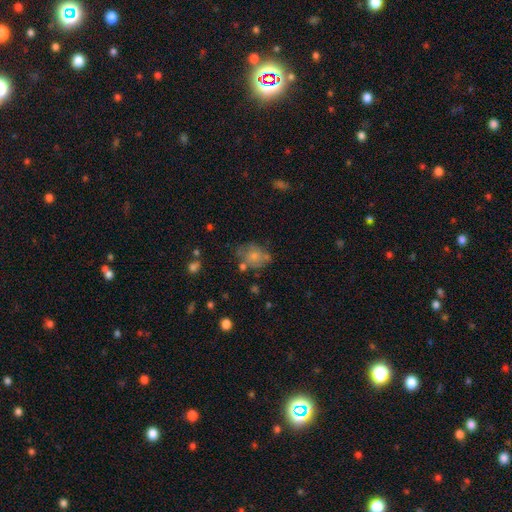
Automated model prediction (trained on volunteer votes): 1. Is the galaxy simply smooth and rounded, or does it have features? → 64% smooth, 26% featured or disk, 10% star or artifact.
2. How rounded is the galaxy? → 53% round, 46% in between, 1% cigar-shaped.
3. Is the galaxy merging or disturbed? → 47% none, 26% minor disturbance, 14% major disturbance, 13% merger.